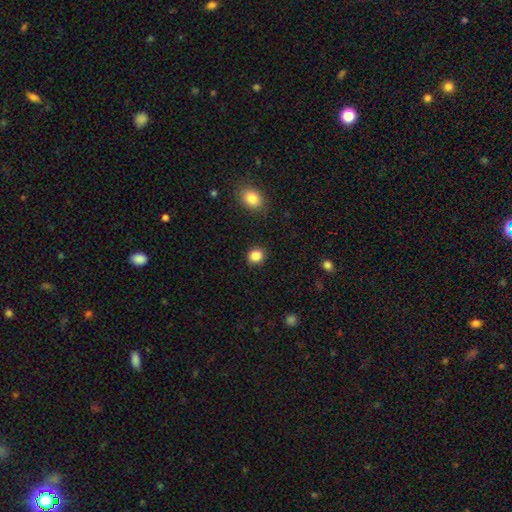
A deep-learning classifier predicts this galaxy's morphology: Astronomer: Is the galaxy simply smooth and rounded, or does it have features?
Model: smooth — 86%.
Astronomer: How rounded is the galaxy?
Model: round — 82%.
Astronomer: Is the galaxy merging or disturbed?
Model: none — 90%.